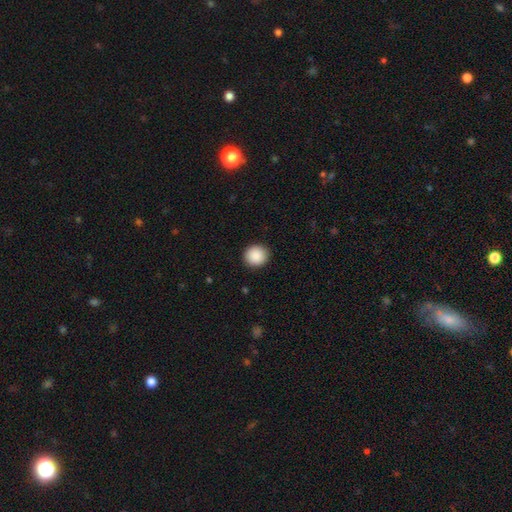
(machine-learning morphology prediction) smooth-or-featured: smooth: 89% | star or artifact: 8% | featured or disk: 3%
  how-rounded: round: 91% | in between: 8% | cigar-shaped: 1%
  merging: none: 91% | minor disturbance: 6% | major disturbance: 2% | merger: 1%